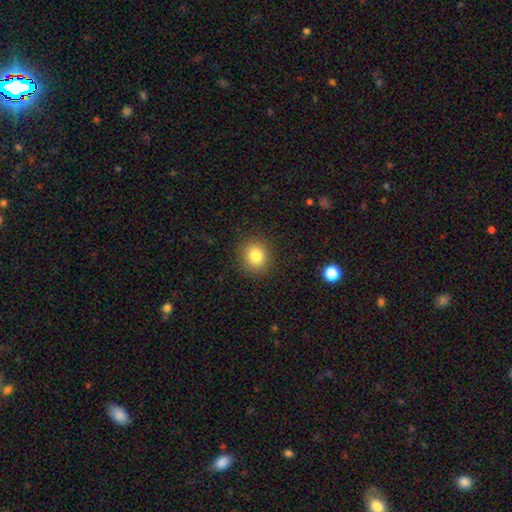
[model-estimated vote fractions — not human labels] Q: Smooth or featured?
A: smooth (82%); runner-up: star or artifact (11%)
Q: How rounded?
A: round (86%); runner-up: in between (13%)
Q: Merging?
A: none (89%); runner-up: minor disturbance (7%)